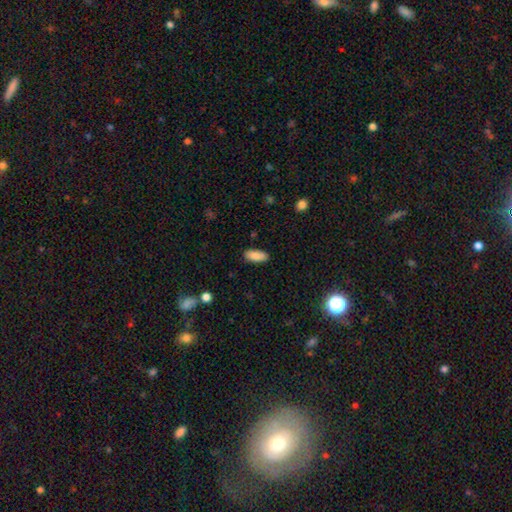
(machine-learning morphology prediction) A smooth galaxy with no disk features (88%) that is in between round and cigar-shaped (82%). Merging: none (87%).